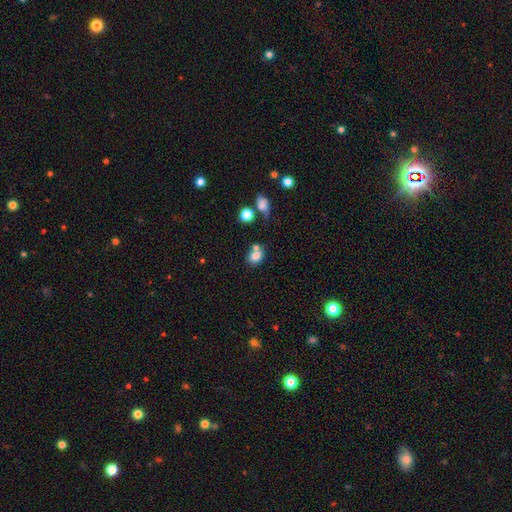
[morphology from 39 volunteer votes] Smooth or featured? smooth (62%)
How rounded? round (58%)
Merging? none (60%)